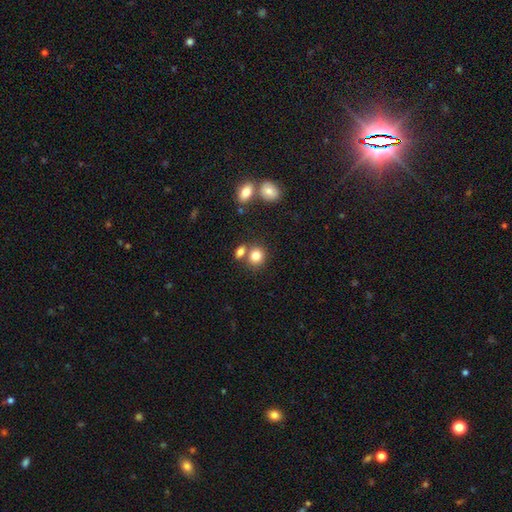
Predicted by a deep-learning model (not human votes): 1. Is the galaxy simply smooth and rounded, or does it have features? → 82% smooth, 11% star or artifact, 8% featured or disk.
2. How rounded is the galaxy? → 75% round, 24% in between, 1% cigar-shaped.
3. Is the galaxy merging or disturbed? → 59% none, 27% merger, 10% minor disturbance, 4% major disturbance.